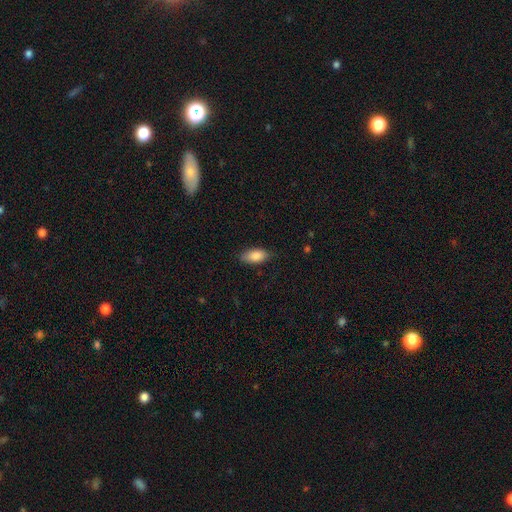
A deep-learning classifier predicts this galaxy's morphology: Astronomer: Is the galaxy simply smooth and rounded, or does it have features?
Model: smooth — 86%.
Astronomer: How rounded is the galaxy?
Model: in between — 88%.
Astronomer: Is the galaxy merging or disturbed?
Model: none — 82%.